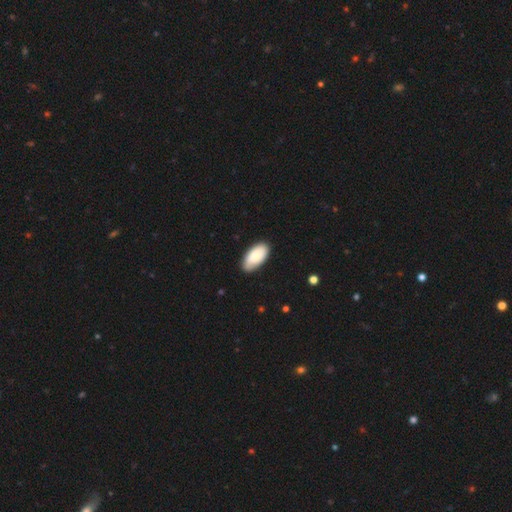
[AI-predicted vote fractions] Q: Smooth or featured?
A: smooth (80%); runner-up: featured or disk (14%)
Q: How rounded?
A: in between (96%); runner-up: cigar-shaped (2%)
Q: Merging?
A: none (83%); runner-up: minor disturbance (13%)